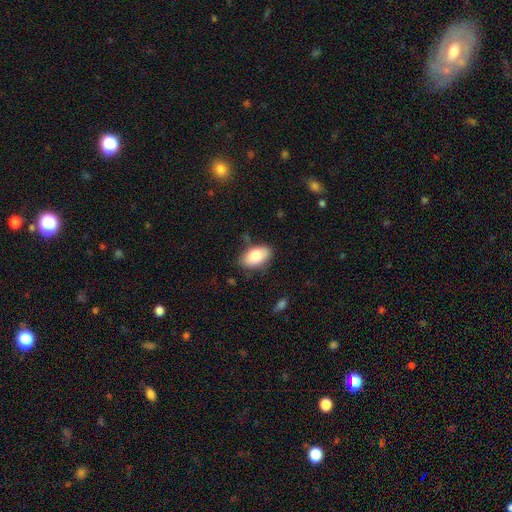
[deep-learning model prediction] Smooth or featured? smooth (85%)
How rounded? in between (94%)
Merging? none (77%)